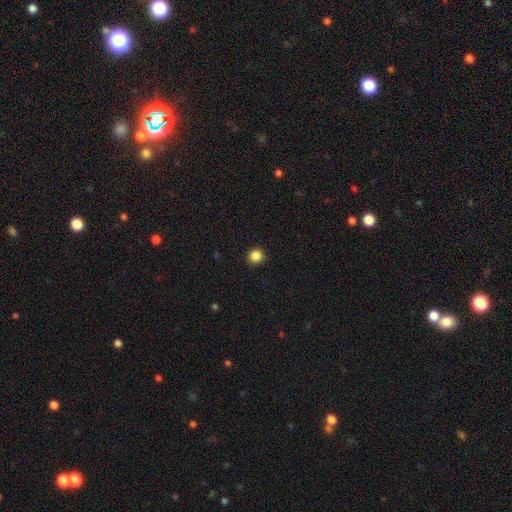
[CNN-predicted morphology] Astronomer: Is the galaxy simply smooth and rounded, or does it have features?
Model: smooth — 86%.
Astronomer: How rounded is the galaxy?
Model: round — 93%.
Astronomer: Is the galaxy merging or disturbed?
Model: none — 92%.